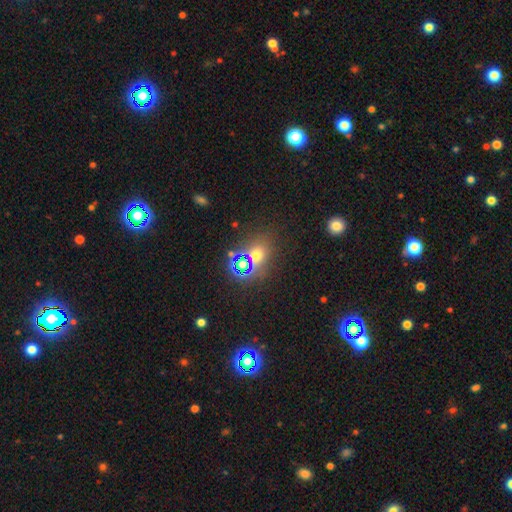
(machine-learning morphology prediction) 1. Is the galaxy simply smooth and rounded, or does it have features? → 53% smooth, 37% star or artifact, 9% featured or disk.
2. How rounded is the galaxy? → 64% round, 34% in between, 1% cigar-shaped.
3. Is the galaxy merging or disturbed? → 69% none, 14% merger, 11% minor disturbance, 5% major disturbance.